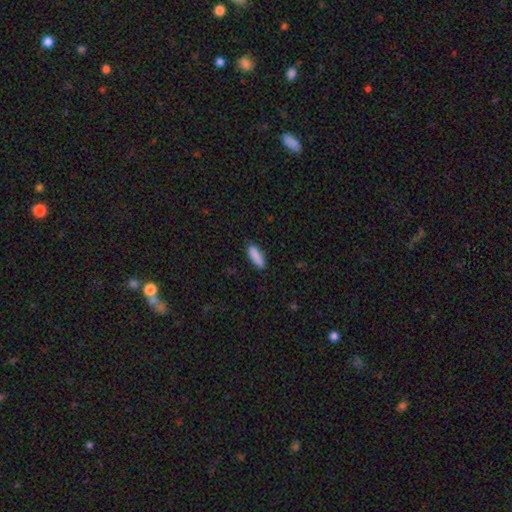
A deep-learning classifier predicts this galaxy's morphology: Smooth or featured? smooth (88%)
How rounded? in between (50%)
Merging? none (84%)